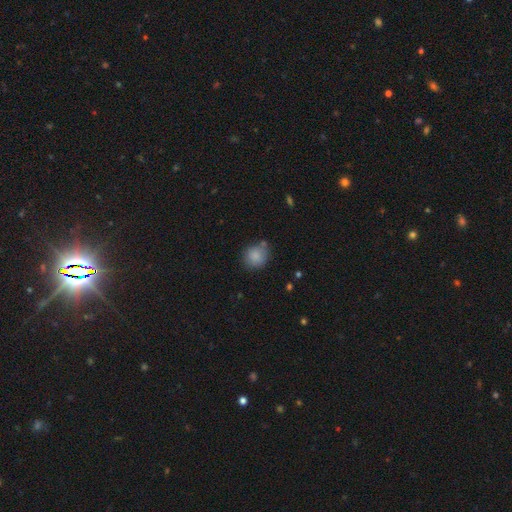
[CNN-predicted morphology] A smooth galaxy with no disk features (86%) that is round (80%). Merging: none (71%).